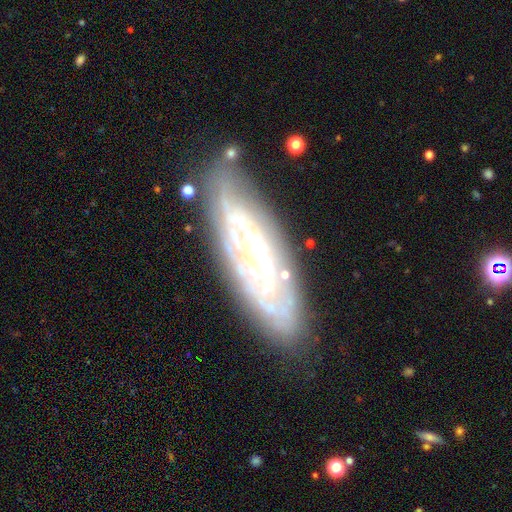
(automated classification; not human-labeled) This is likely a featured or disk galaxy (77%). It is likely not viewed edge-on (75%). Bar: possibly no (57%). Spiral arm pattern: clearly yes (80%). Central bulge: possibly small (59%). Merging: likely none (75%).